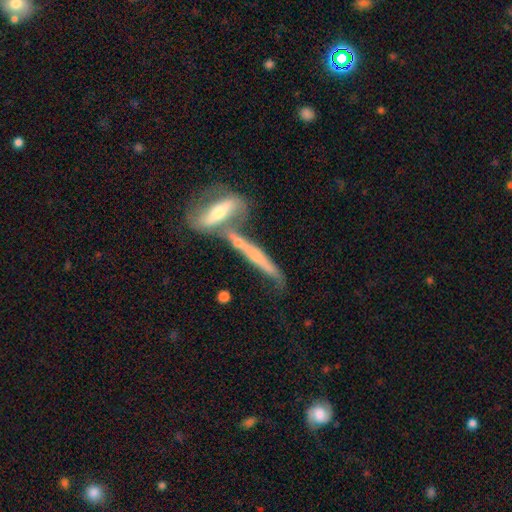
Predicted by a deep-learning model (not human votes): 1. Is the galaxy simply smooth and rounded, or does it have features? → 58% featured or disk, 34% smooth, 8% star or artifact.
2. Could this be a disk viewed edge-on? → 77% yes, 23% no.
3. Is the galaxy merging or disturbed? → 41% none, 39% merger, 13% minor disturbance, 7% major disturbance.